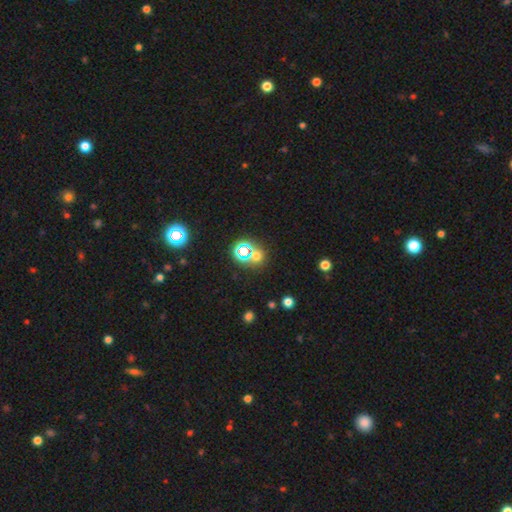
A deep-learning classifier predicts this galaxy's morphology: Q: Smooth or featured?
A: star or artifact (51%); runner-up: smooth (41%)